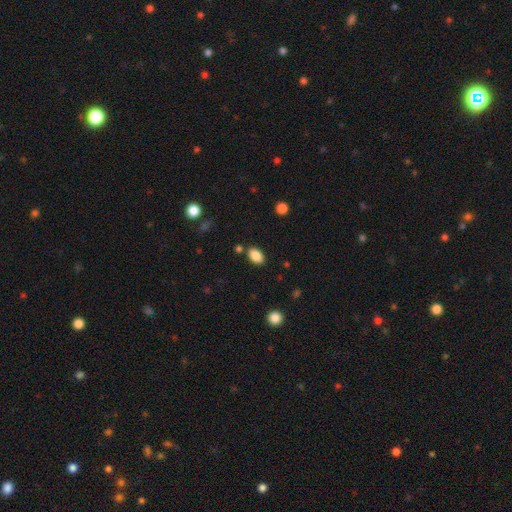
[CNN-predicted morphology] Smooth or featured? Predicted: smooth (p=0.87). How rounded? Predicted: in between (p=0.89). Merging? Predicted: none (p=0.82).